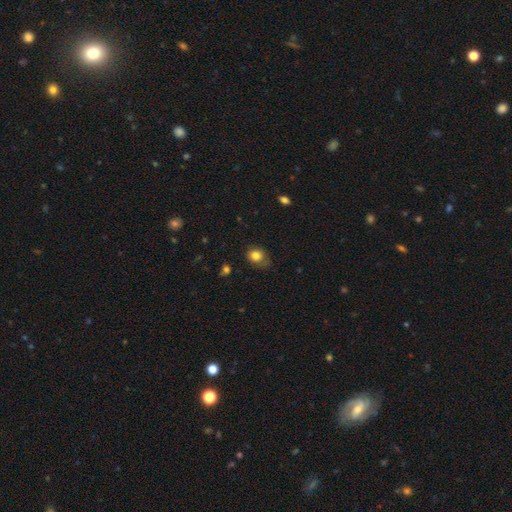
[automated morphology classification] Smooth or featured? smooth (80%)
How rounded? round (63%)
Merging? none (59%)